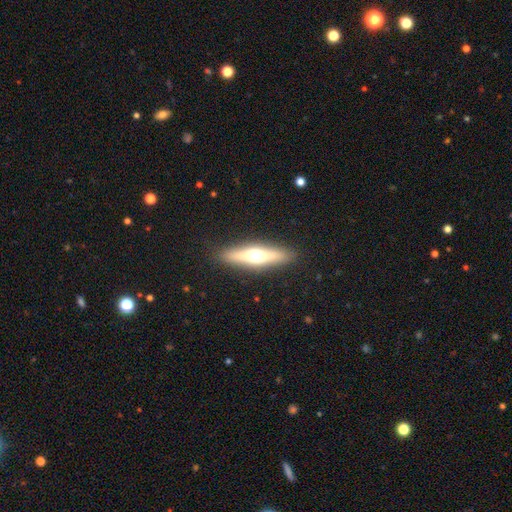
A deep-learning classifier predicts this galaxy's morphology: A featured or disk galaxy (52%) viewed edge-on (90%). Merging: none (89%).